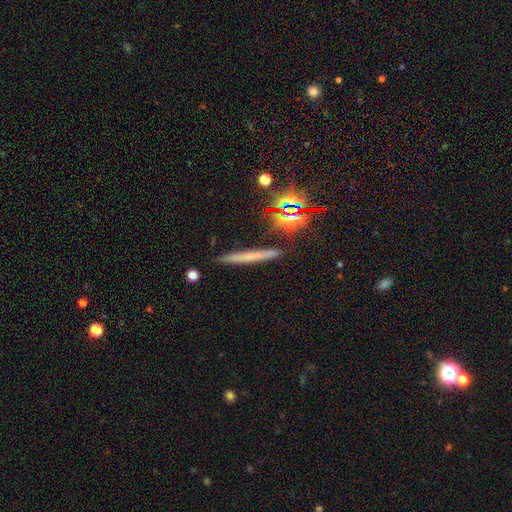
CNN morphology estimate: The model was most divided on "smooth or featured": smooth: 47%, featured or disk: 32%, star or artifact: 22%. More confident: merging — none (86%).